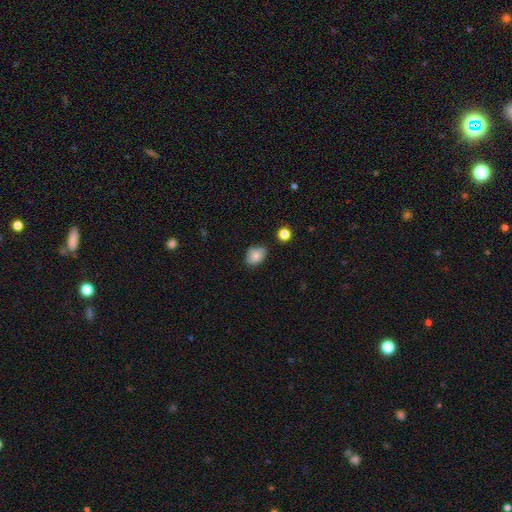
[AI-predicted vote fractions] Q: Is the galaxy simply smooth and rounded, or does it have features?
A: smooth — 81%.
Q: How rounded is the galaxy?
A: in between — 74%.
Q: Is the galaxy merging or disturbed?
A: none — 68%.